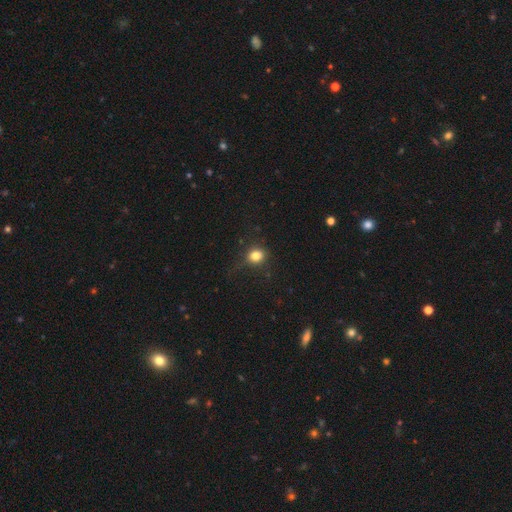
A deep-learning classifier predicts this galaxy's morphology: Q: Smooth or featured?
A: smooth (81%); runner-up: star or artifact (13%)
Q: How rounded?
A: round (75%); runner-up: in between (24%)
Q: Merging?
A: none (72%); runner-up: minor disturbance (19%)